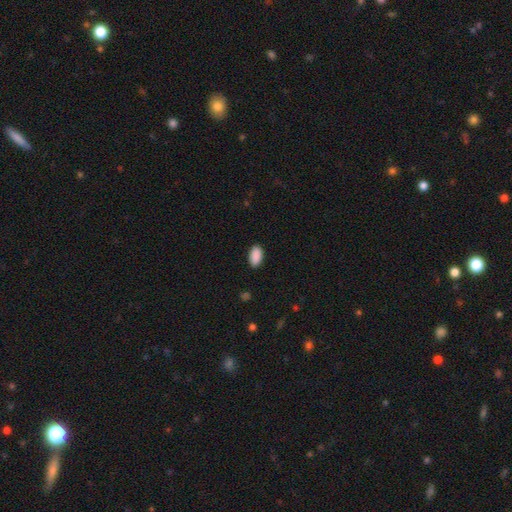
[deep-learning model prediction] Q: Smooth or featured?
A: smooth (91%); runner-up: star or artifact (7%)
Q: How rounded?
A: in between (94%); runner-up: round (3%)
Q: Merging?
A: none (89%); runner-up: minor disturbance (8%)